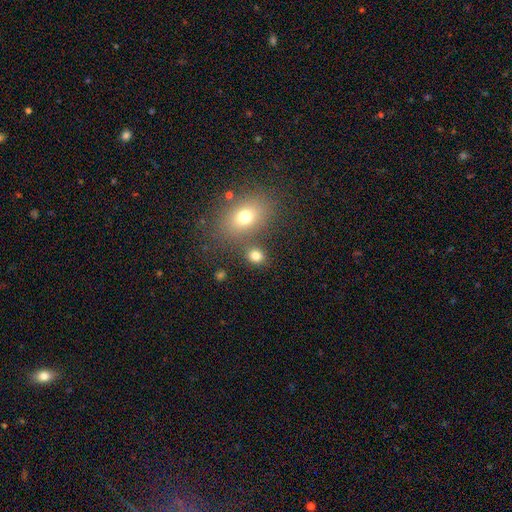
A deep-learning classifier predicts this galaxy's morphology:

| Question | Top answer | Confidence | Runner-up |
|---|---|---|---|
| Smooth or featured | smooth | 77% | star or artifact (14%) |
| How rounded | round | 57% | in between (42%) |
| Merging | none | 71% | merger (16%) |